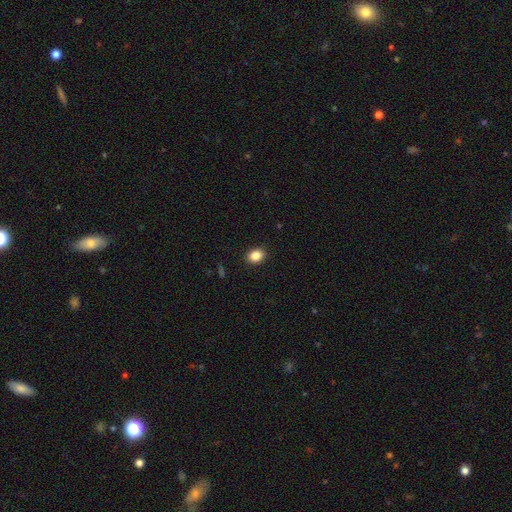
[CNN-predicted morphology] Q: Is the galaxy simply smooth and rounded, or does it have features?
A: smooth — 86%.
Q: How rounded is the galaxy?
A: in between — 57%.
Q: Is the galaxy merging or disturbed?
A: none — 91%.